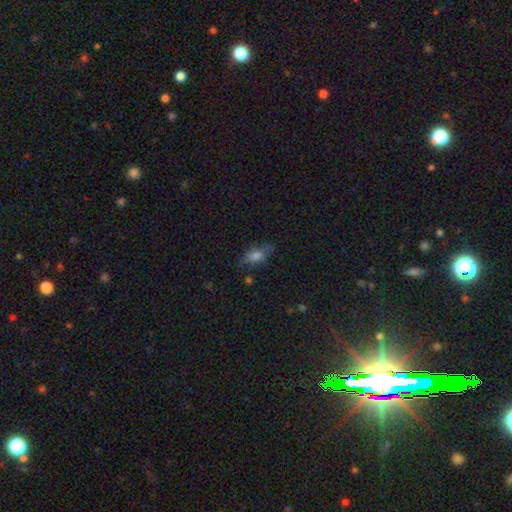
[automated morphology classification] Overall: smooth (62%; featured or disk 26%). How rounded: in between (74%). Merging: none (64%).